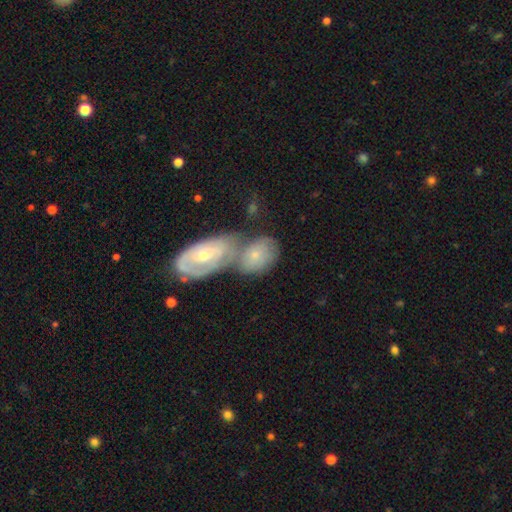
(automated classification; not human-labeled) Q: Smooth or featured?
A: smooth (49%); runner-up: featured or disk (44%)
Q: Merging?
A: merger (62%); runner-up: none (23%)